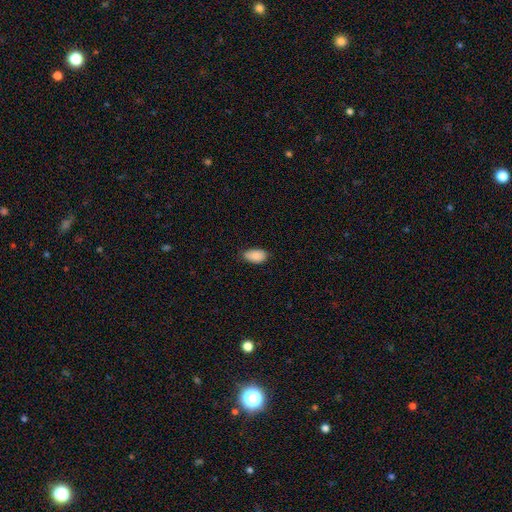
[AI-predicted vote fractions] Smooth or featured? Predicted: smooth (p=0.88). How rounded? Predicted: in between (p=0.94). Merging? Predicted: none (p=0.76).